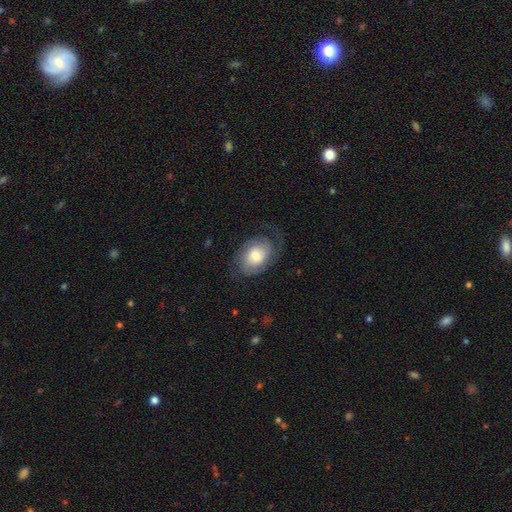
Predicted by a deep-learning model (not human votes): smooth-or-featured: featured or disk: 57% | smooth: 36% | star or artifact: 7%
  disk-edge-on: no: 96% | yes: 4%
    bar: no: 72% | weak: 23% | strong: 5%
    has-spiral-arms: yes: 86% | no: 14%
    bulge-size: moderate: 49% | small: 24% | large: 20% | dominant: 4% | none: 3%
  merging: none: 63% | minor disturbance: 19% | major disturbance: 17% | merger: 1%